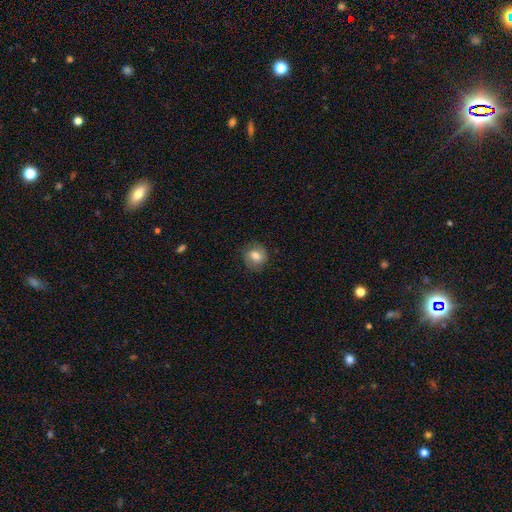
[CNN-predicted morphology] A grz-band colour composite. It shows a smooth galaxy with no disk features (73%) that is round (73%). Merging: none (82%).